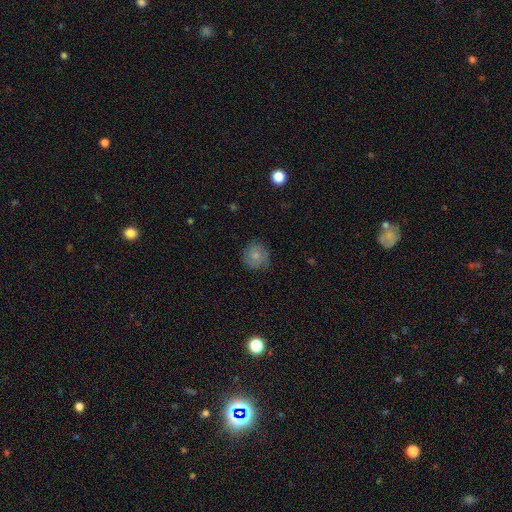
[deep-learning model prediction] A smooth galaxy with no disk features (59%) that is round (86%).

Vote fractions:
- Smooth or featured? smooth: 59% / featured or disk: 32% / star or artifact: 9%
- How rounded? round: 86% / in between: 13% / cigar-shaped: 1%
- Merging? none: 78% / minor disturbance: 16% / major disturbance: 5% / merger: 1%